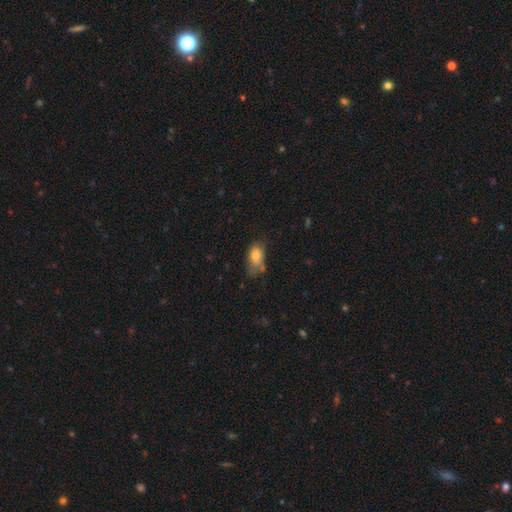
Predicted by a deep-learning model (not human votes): smooth_or_featured: smooth (p=0.76) [alt: featured or disk p=0.15]
how_rounded: in between (p=0.85) [alt: round p=0.12]
merging: none (p=0.38) [alt: minor disturbance p=0.34]